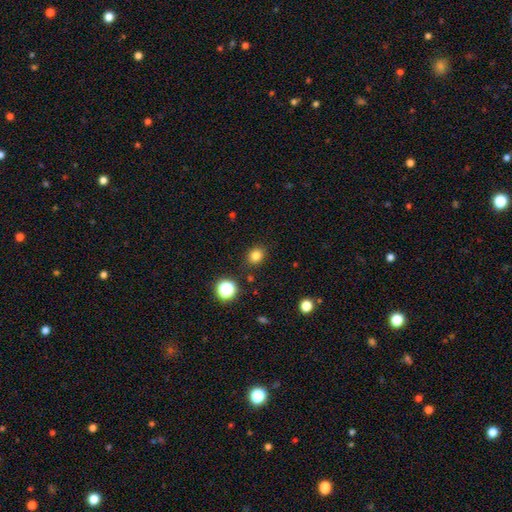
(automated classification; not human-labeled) Morphology: type=smooth (80%); roundness=round (65%); merging=none (87%).